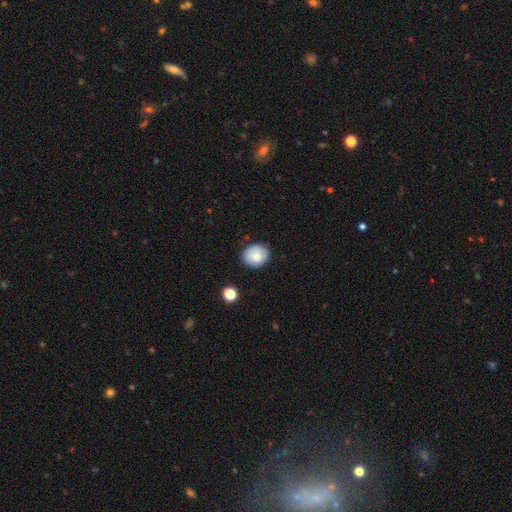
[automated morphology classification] smooth-or-featured: smooth: 81% | featured or disk: 11% | star or artifact: 8%
  how-rounded: round: 54% | in between: 45% | cigar-shaped: 1%
  merging: none: 83% | minor disturbance: 12% | major disturbance: 3% | merger: 2%